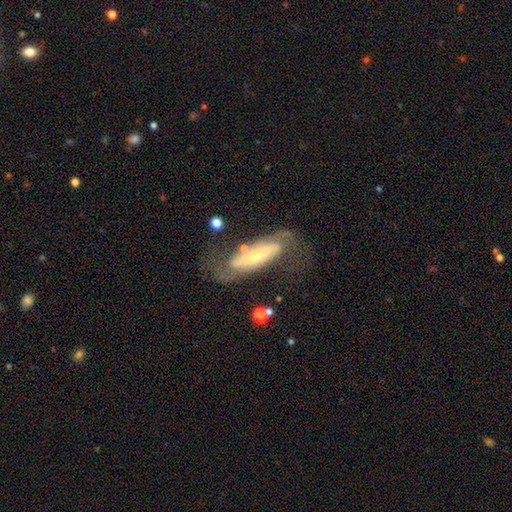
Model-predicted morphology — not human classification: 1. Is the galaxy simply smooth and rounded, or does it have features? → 72% featured or disk, 22% smooth, 6% star or artifact.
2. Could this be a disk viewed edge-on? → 78% no, 22% yes.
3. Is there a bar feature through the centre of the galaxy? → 38% no, 34% strong, 28% weak.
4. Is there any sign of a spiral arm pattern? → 86% yes, 14% no.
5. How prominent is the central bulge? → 56% small, 32% moderate, 6% large, 4% none, 2% dominant.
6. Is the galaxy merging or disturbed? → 55% none, 22% minor disturbance, 18% major disturbance, 5% merger.